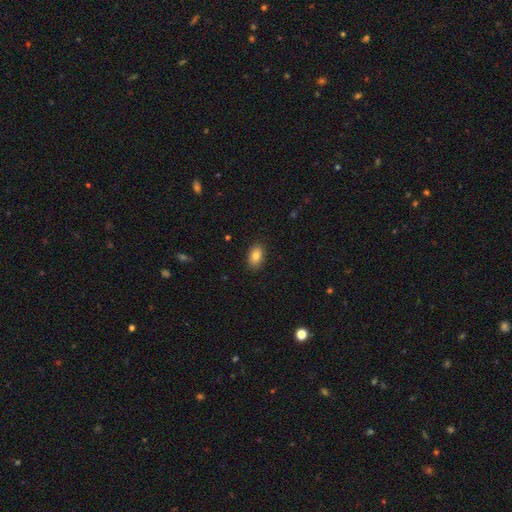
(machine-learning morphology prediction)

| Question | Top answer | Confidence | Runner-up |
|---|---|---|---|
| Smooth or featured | smooth | 84% | star or artifact (8%) |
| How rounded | in between | 88% | round (11%) |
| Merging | none | 88% | minor disturbance (9%) |